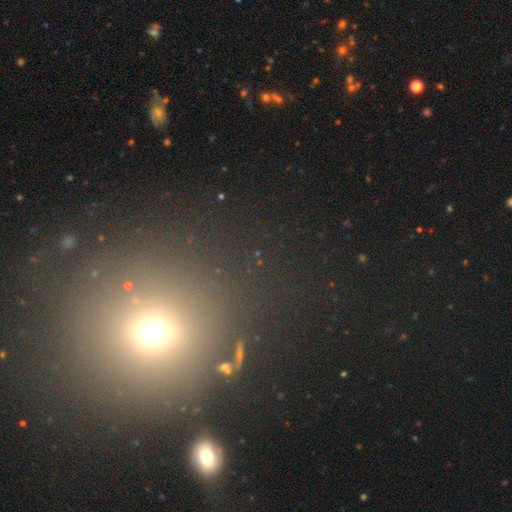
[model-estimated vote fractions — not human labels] Smooth or featured? Predicted: smooth (p=0.52). How rounded? Predicted: round (p=0.87). Merging? Predicted: none (p=0.82).